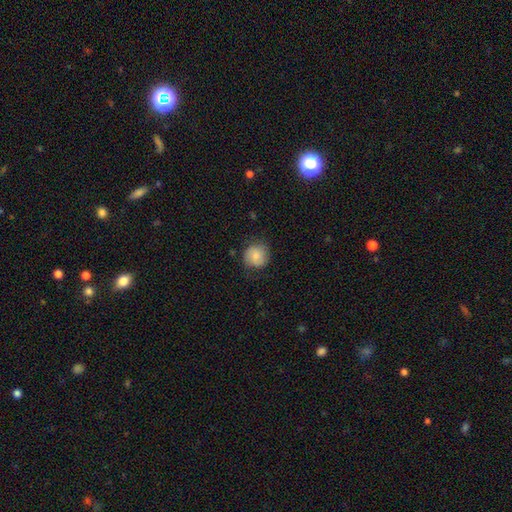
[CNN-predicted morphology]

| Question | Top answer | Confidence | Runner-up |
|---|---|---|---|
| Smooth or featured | smooth | 75% | featured or disk (18%) |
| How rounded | round | 88% | in between (11%) |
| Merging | none | 76% | minor disturbance (18%) |